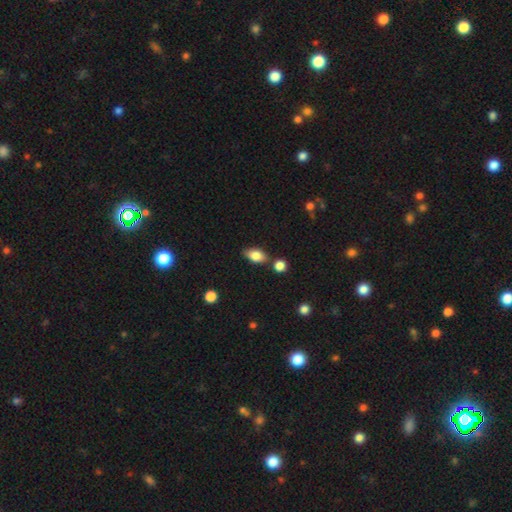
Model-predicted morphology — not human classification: Smooth or featured? smooth (81%)
How rounded? in between (87%)
Merging? none (72%)